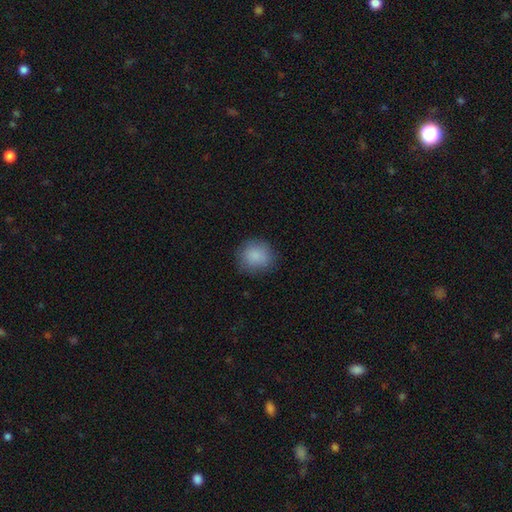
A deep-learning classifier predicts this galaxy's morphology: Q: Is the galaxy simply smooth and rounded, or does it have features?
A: smooth — 87%.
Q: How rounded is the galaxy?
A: round — 83%.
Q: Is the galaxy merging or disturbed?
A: none — 80%.